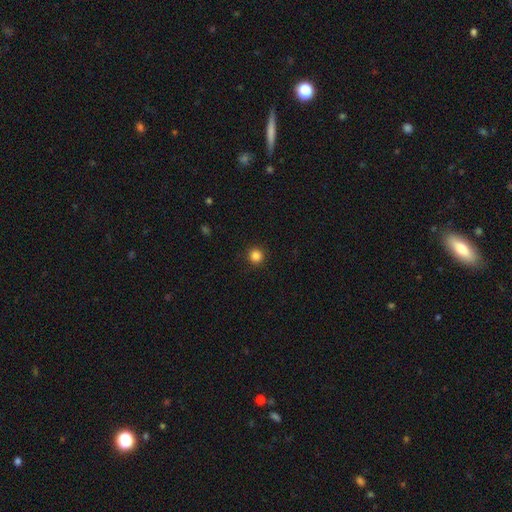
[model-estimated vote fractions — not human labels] A smooth galaxy with no disk features (85%) that is round (95%). Merging: none (92%).